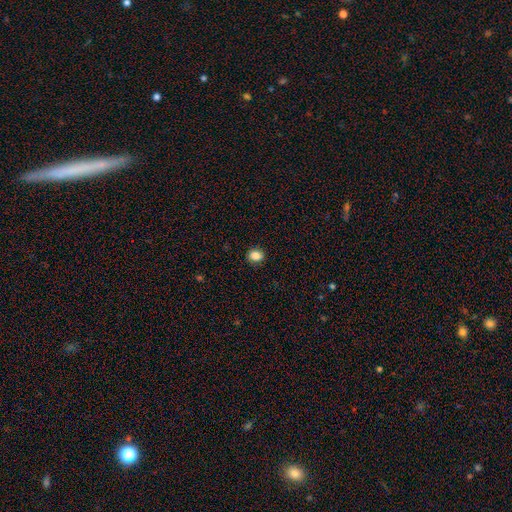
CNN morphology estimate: smooth_or_featured: smooth (p=0.86) [alt: star or artifact p=0.10]
how_rounded: round (p=0.57) [alt: in between p=0.42]
merging: none (p=0.89) [alt: minor disturbance p=0.08]